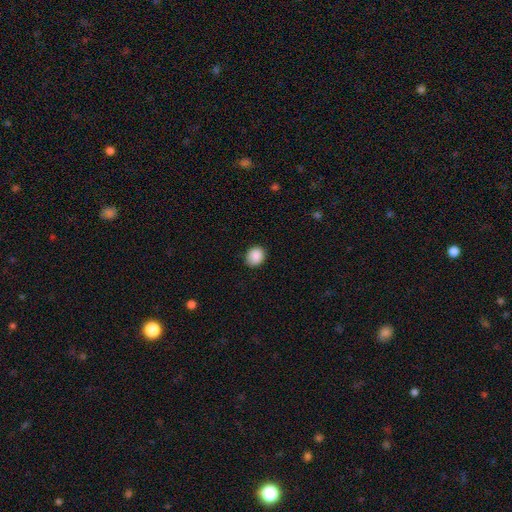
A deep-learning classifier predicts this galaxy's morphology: The model was most divided on "how rounded": round: 66%, in between: 34%, cigar-shaped: 1%. More confident: smooth or featured — smooth (89%); merging — none (86%).